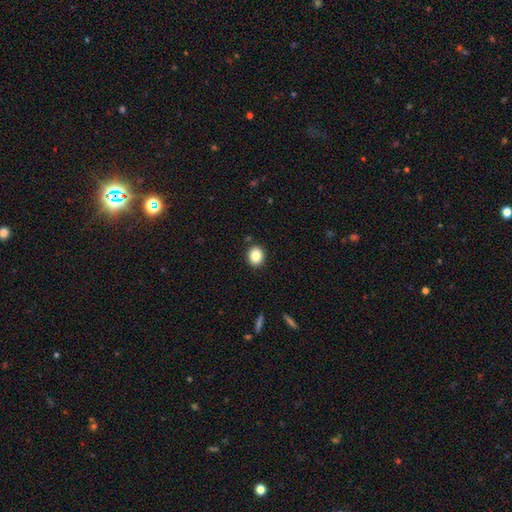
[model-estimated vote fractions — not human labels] Overall: smooth (85%). How rounded: round (62%; in between 37%). Merging: none (90%).